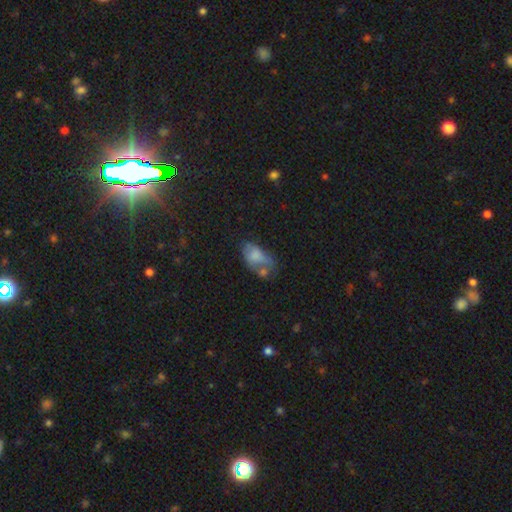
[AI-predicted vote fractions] Q: Smooth or featured?
A: smooth (62%); runner-up: featured or disk (27%)
Q: How rounded?
A: in between (89%); runner-up: round (8%)
Q: Merging?
A: merger (26%); tied with: none (26%)